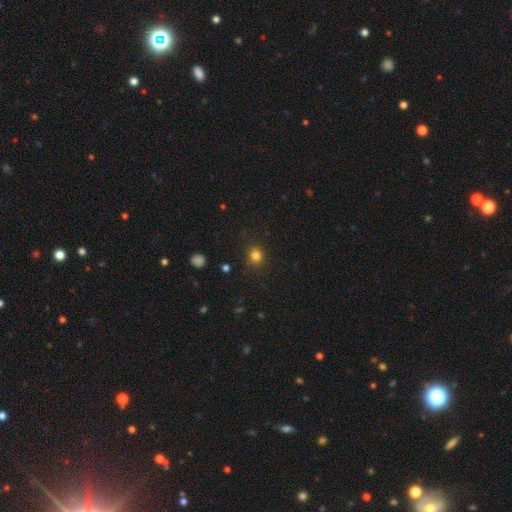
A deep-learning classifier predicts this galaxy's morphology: This appears to be a smooth galaxy with no disk features (82%) that is round (80%). Merging: none (84%).